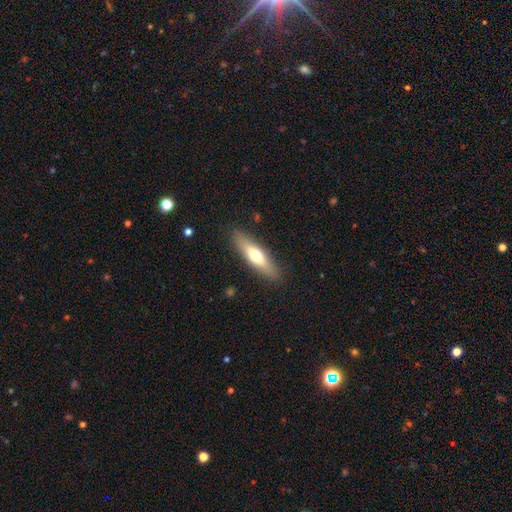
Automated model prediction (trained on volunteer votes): smooth_or_featured: smooth (p=0.60) [alt: featured or disk p=0.34]
how_rounded: cigar-shaped (p=0.68) [alt: in between p=0.31]
merging: none (p=0.88) [alt: minor disturbance p=0.09]